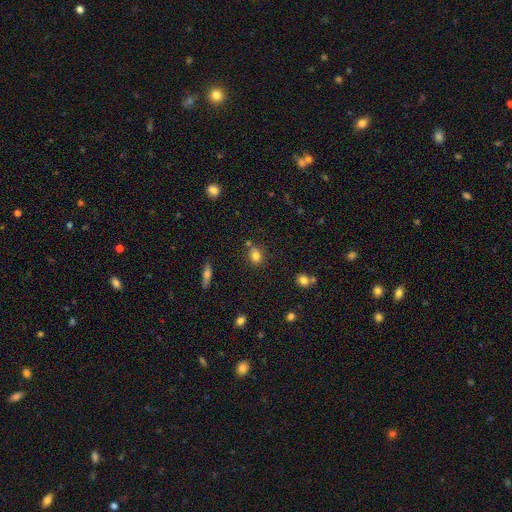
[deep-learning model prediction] The model was most divided on "how rounded": round: 54%, in between: 44%, cigar-shaped: 2%. More confident: smooth or featured — smooth (80%); merging — none (71%).